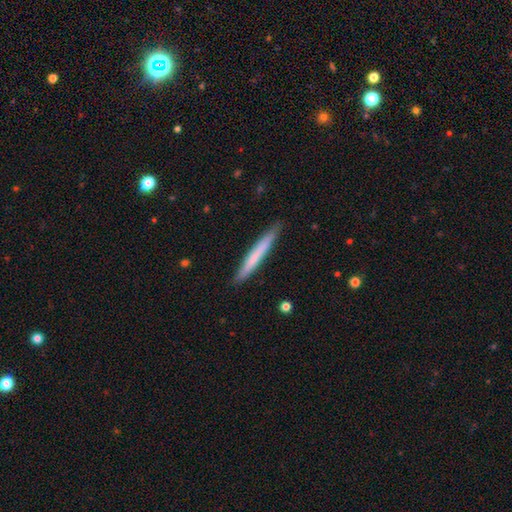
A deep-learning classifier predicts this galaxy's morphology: This is likely a smooth galaxy (64%). How rounded: clearly cigar-shaped (97%). Merging: clearly none (89%).